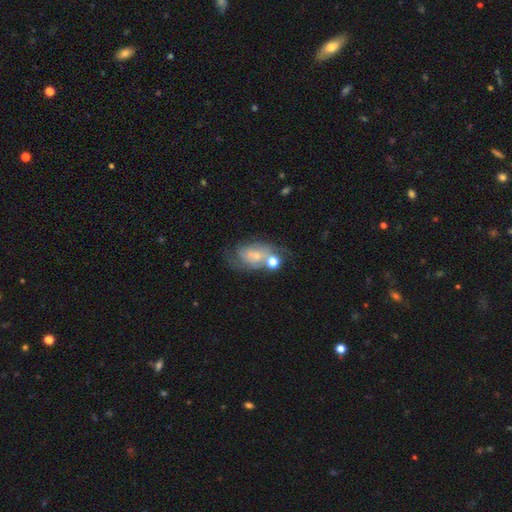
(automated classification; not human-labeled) Morphology: type=featured or disk (57%); edge-on=no (96%); bar=no (70%); spiral arms=yes (80%); bulge=small (66%); merging=none (41%).